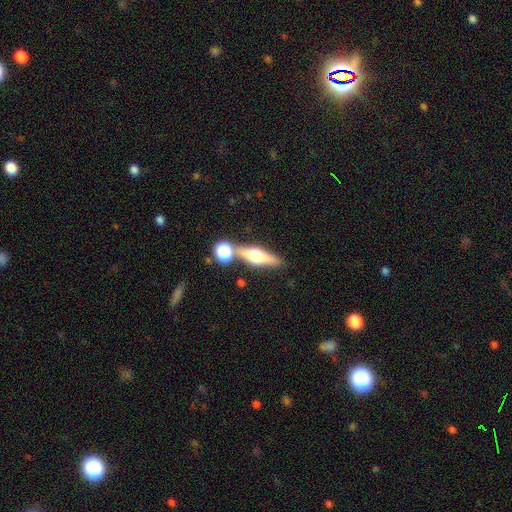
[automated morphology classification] smooth-or-featured: featured or disk: 54% | smooth: 38% | star or artifact: 8%
  disk-edge-on: yes: 92% | no: 8%
  merging: none: 69% | merger: 16% | minor disturbance: 11% | major disturbance: 4%